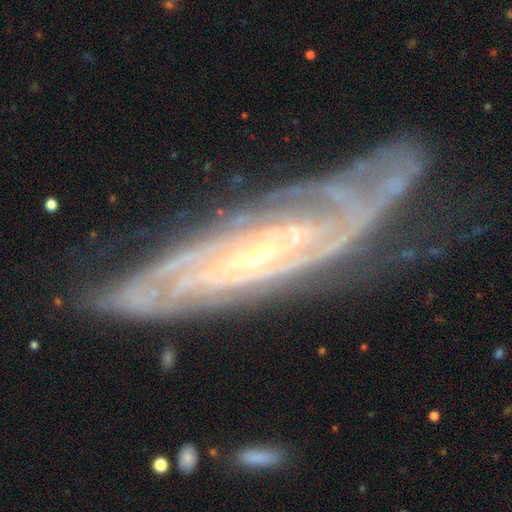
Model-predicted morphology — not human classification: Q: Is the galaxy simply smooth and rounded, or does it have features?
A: featured or disk — 89%.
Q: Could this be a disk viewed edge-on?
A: no — 86%.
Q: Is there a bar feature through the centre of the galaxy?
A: no — 52%.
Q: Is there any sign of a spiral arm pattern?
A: yes — 97%.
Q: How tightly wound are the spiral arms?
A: tight — 70%.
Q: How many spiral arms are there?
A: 2 — 27%.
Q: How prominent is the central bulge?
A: small — 82%.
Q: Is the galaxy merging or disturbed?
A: none — 67%.